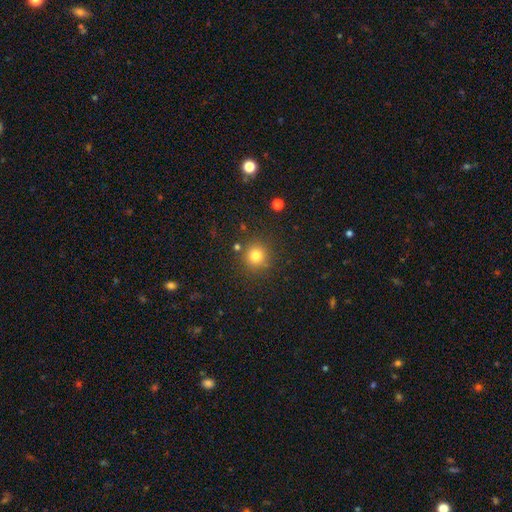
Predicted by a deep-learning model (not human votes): smooth-or-featured: smooth: 80% | star or artifact: 14% | featured or disk: 6%
  how-rounded: round: 93% | in between: 6% | cigar-shaped: 1%
  merging: none: 86% | minor disturbance: 8% | merger: 4% | major disturbance: 3%